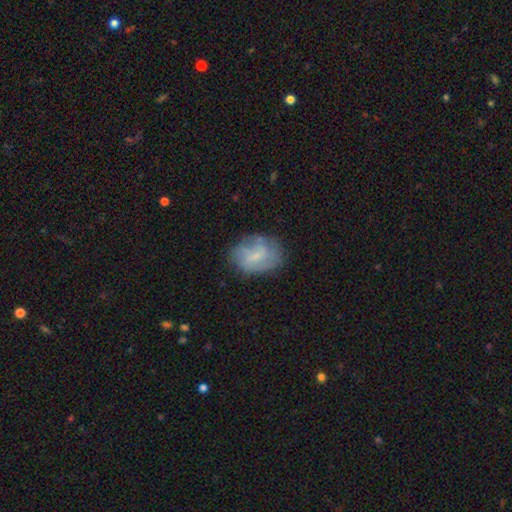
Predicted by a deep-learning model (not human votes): smooth 48%, featured or disk 44%, star or artifact 8%. Down the decision tree: merging — none (63%).